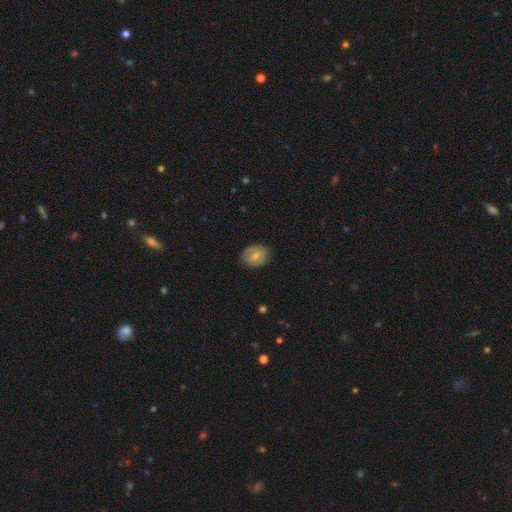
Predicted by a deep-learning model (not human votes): smooth 71%, featured or disk 21%, star or artifact 8%. Down the decision tree: how rounded — round (51%); merging — none (85%).